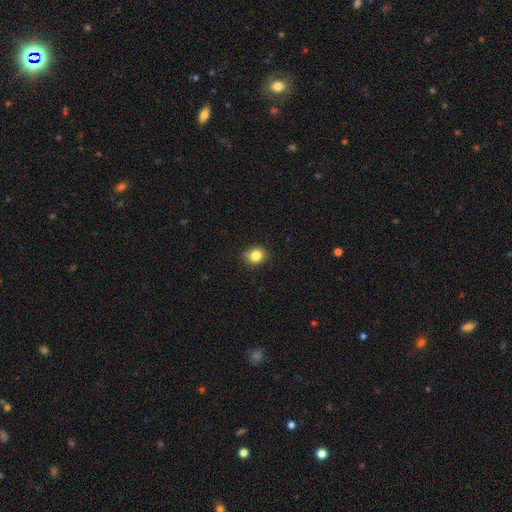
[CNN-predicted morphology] This appears to be a smooth galaxy with no disk features (82%) that is round (73%). Merging: none (87%).